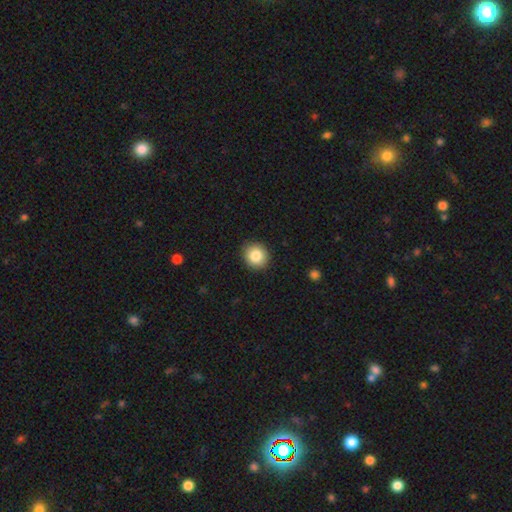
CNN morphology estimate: Overall: smooth (83%). How rounded: round (85%). Merging: none (90%).